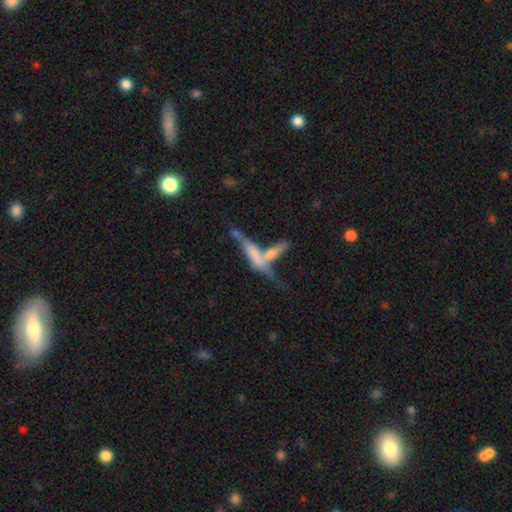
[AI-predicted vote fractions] smooth-or-featured: featured or disk: 47% | smooth: 44% | star or artifact: 10%
  merging: merger: 56% | none: 24% | minor disturbance: 11% | major disturbance: 9%